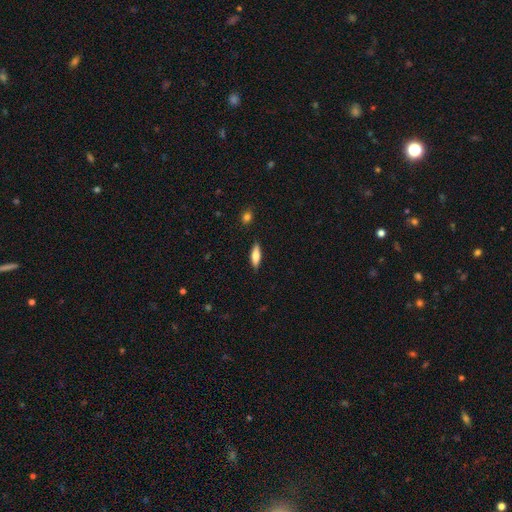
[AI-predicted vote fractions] smooth-or-featured: smooth: 69% | featured or disk: 24% | star or artifact: 6%
  how-rounded: cigar-shaped: 50% | in between: 48% | round: 2%
  merging: none: 87% | minor disturbance: 9% | major disturbance: 2% | merger: 1%